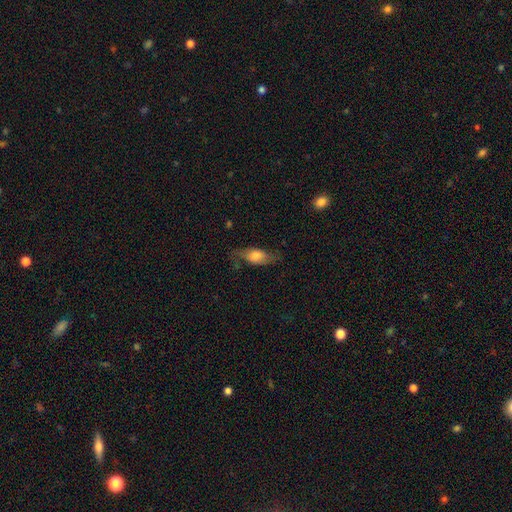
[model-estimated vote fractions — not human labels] smooth_or_featured: smooth (p=0.54) [alt: featured or disk p=0.38]
how_rounded: in between (p=0.79) [alt: cigar-shaped p=0.15]
merging: none (p=0.62) [alt: minor disturbance p=0.24]